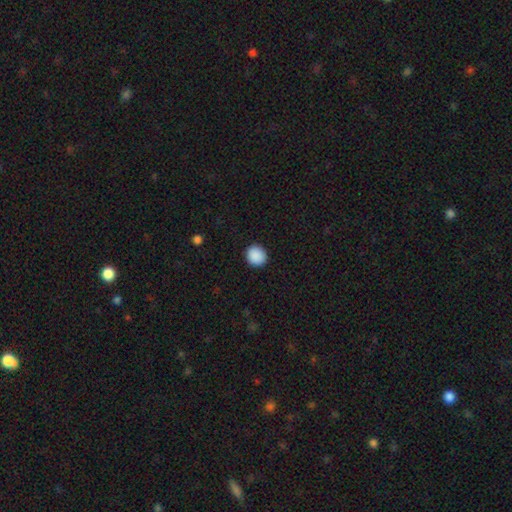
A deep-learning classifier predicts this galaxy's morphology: smooth 90%, star or artifact 8%, featured or disk 2%. Down the decision tree: how rounded — round (87%); merging — none (91%).